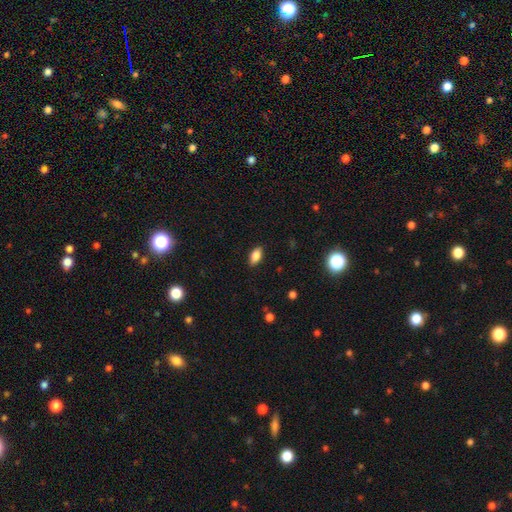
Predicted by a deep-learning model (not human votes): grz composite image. It shows a smooth galaxy with no disk features (84%) that is in between round and cigar-shaped (90%). Merging: none (88%).